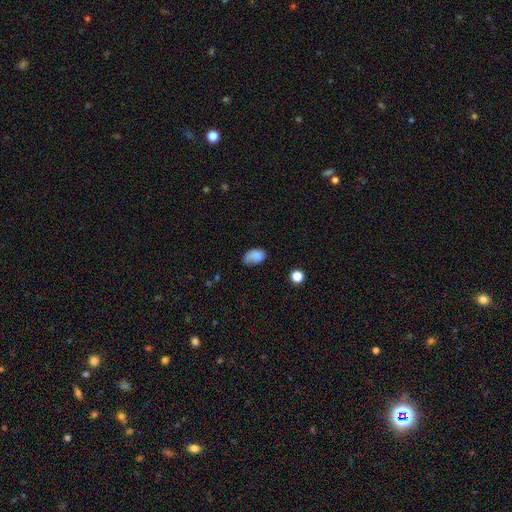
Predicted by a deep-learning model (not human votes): Morphology: type=smooth (78%); roundness=in between (85%); merging=none (53%).